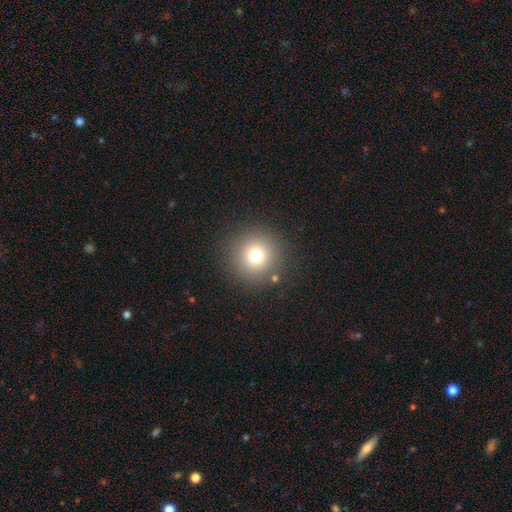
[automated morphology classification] This appears to be a smooth galaxy with no disk features (76%) that is round (96%). Merging: none (88%).